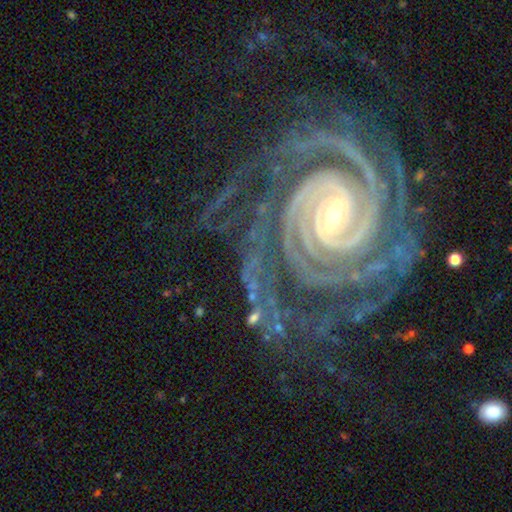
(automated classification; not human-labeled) The model was most divided on "spiral arm count" (2-way tie): 3: 21%, 4: 21%, 2: 16%, more than 4: 16%, can't tell: 16%, 1: 9%. Remaining: spiral arms — yes (98%); edge-on disk — no (97%); smooth or featured — featured or disk (89%); spiral winding — tight (80%); merging — none (65%); bulge size — small (50%); bar — strong (42%).